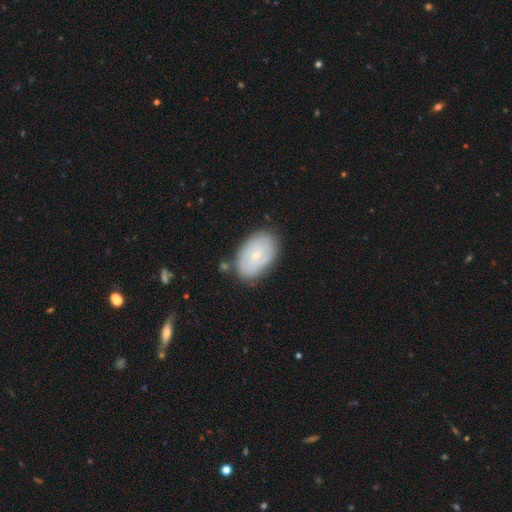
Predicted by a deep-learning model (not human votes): smooth_or_featured: featured or disk (p=0.63) [alt: smooth p=0.31]
disk_edge_on: no (p=0.96) [alt: yes p=0.04]
bar: no (p=0.66) [alt: weak p=0.30]
has_spiral_arms: yes (p=0.88) [alt: no p=0.12]
spiral_winding: tight (p=0.62) [alt: medium p=0.29]
spiral_arm_count: can't tell (p=0.37) [alt: 2 p=0.32]
bulge_size: small (p=0.74) [alt: moderate p=0.20]
merging: none (p=0.78) [alt: minor disturbance p=0.15]